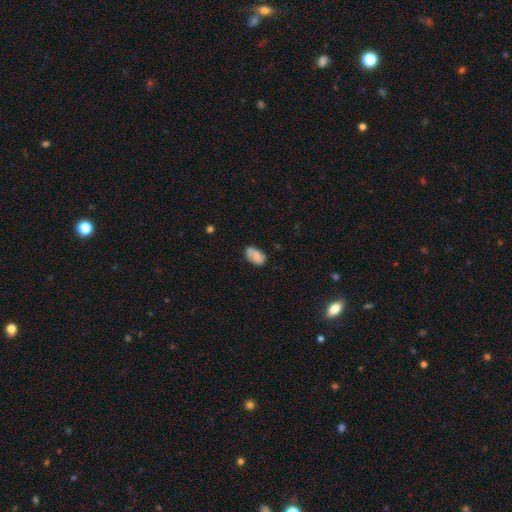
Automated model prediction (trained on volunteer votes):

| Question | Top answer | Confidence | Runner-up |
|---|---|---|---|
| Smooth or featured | smooth | 71% | featured or disk (20%) |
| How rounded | in between | 91% | round (8%) |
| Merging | none | 62% | minor disturbance (26%) |